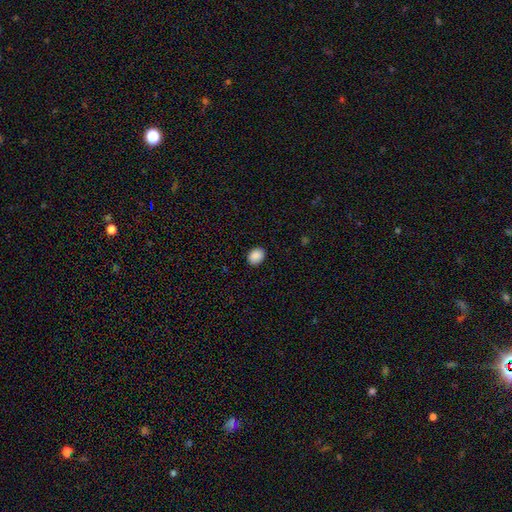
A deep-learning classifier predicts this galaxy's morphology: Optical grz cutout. It shows a smooth galaxy with no disk features (89%) that is in between round and cigar-shaped (57%). Merging: none (90%).